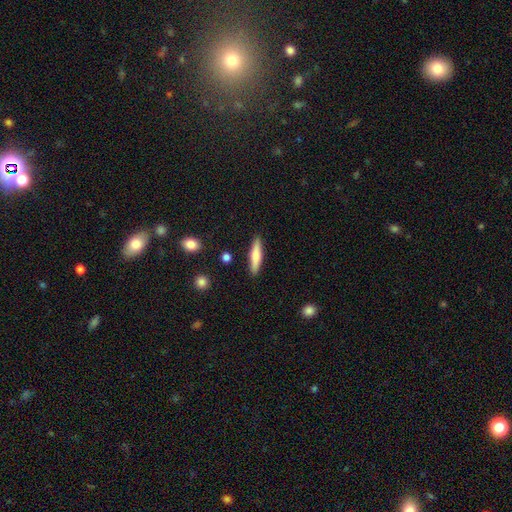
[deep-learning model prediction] A smooth galaxy with no disk features (67%) that is cigar-shaped (83%). Merging: none (89%).